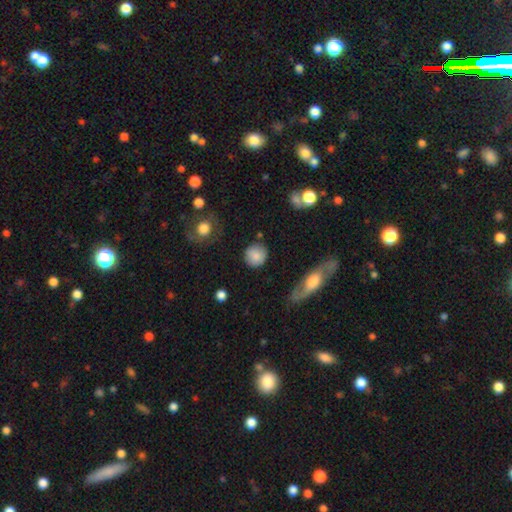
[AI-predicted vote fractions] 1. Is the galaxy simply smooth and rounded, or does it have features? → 82% smooth, 10% featured or disk, 8% star or artifact.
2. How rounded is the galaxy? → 89% round, 10% in between, 1% cigar-shaped.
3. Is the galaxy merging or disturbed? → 83% none, 11% minor disturbance, 4% major disturbance, 2% merger.